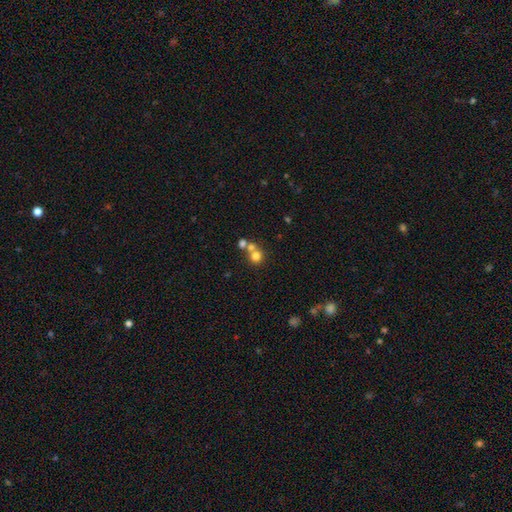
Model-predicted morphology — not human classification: smooth-or-featured: smooth: 72% | star or artifact: 14% | featured or disk: 14%
  how-rounded: round: 88% | in between: 11% | cigar-shaped: 1%
  merging: none: 47% | merger: 44% | minor disturbance: 6% | major disturbance: 3%